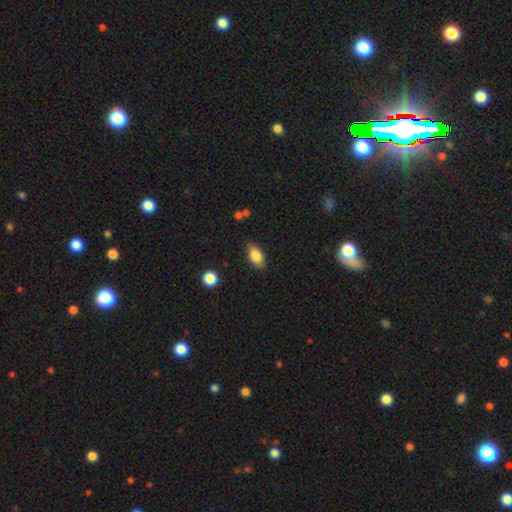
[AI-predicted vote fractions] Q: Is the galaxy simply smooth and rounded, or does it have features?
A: smooth — 83%.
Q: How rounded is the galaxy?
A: in between — 89%.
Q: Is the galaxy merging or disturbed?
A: none — 81%.